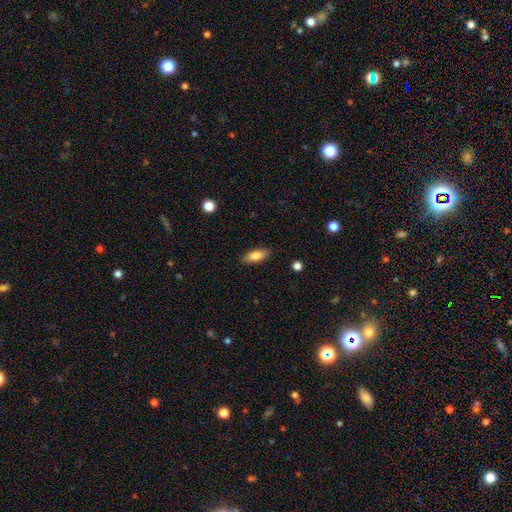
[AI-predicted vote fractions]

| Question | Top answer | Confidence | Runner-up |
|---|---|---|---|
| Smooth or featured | smooth | 81% | featured or disk (12%) |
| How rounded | in between | 79% | cigar-shaped (18%) |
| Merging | none | 87% | minor disturbance (10%) |